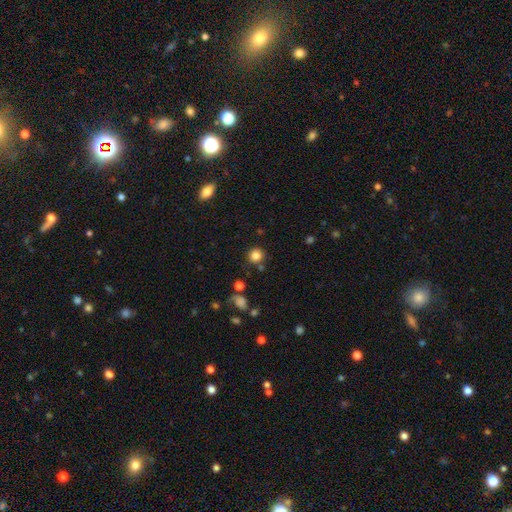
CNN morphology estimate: smooth 83%, star or artifact 12%, featured or disk 6%. Down the decision tree: how rounded — round (90%); merging — none (82%).